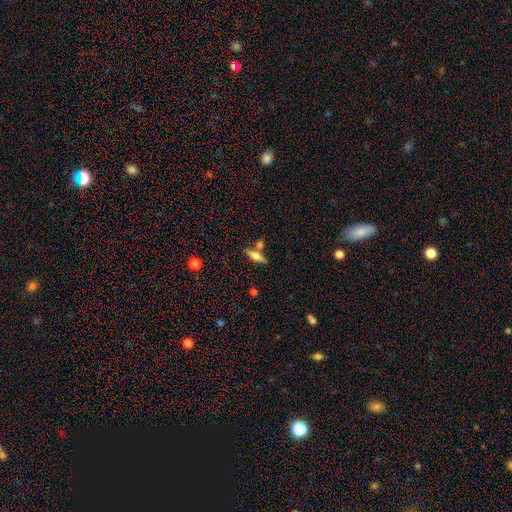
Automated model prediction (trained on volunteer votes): Smooth or featured? Predicted: smooth (p=0.62). How rounded? Predicted: cigar-shaped (p=0.56). Merging? Predicted: none (p=0.60).